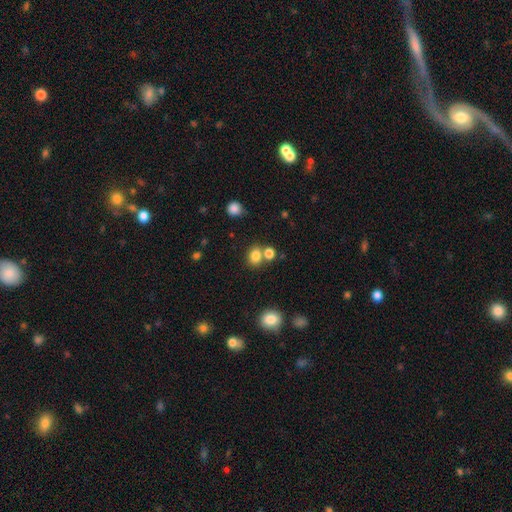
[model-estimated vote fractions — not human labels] Smooth or featured: smooth — 81% (star or artifact — 12%)
How rounded: round — 54% (in between — 45%)
Merging: none — 55% (merger — 31%)